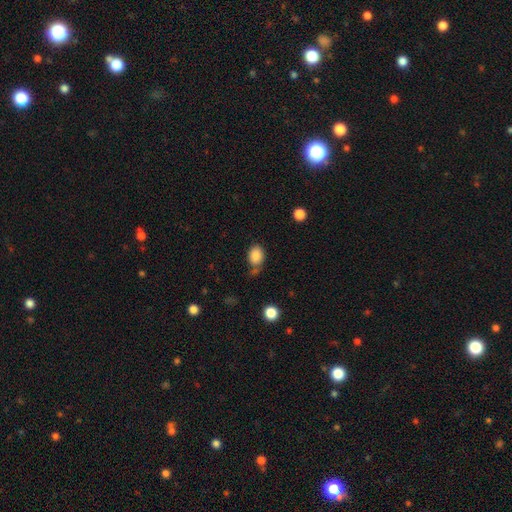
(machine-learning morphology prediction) Overall: smooth (86%). How rounded: in between (66%; round 33%). Merging: none (59%; minor disturbance 22%).